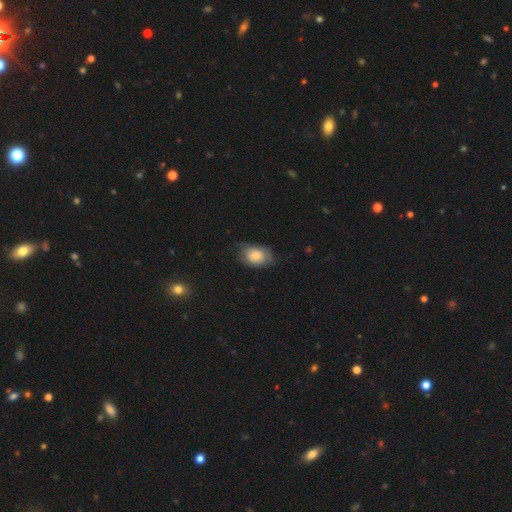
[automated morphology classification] Smooth or featured? Predicted: smooth (p=0.63). How rounded? Predicted: in between (p=0.78). Merging? Predicted: none (p=0.61).